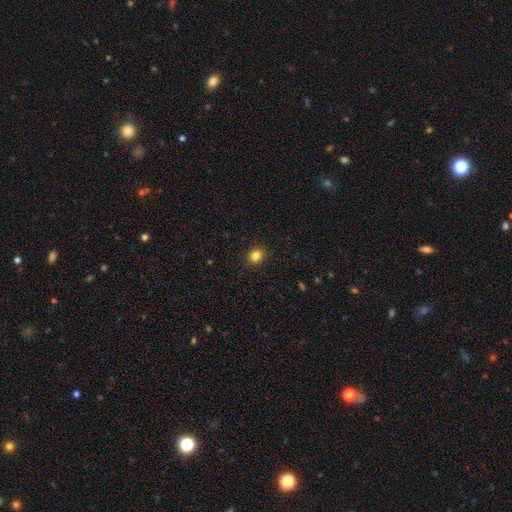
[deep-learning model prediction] Smooth or featured?
  - smooth: 84% *
  - star or artifact: 12%
  - featured or disk: 5%
How rounded?
  - round: 71% *
  - in between: 28%
  - cigar-shaped: 1%
Merging?
  - none: 91% *
  - minor disturbance: 6%
  - major disturbance: 2%
  - merger: 1%